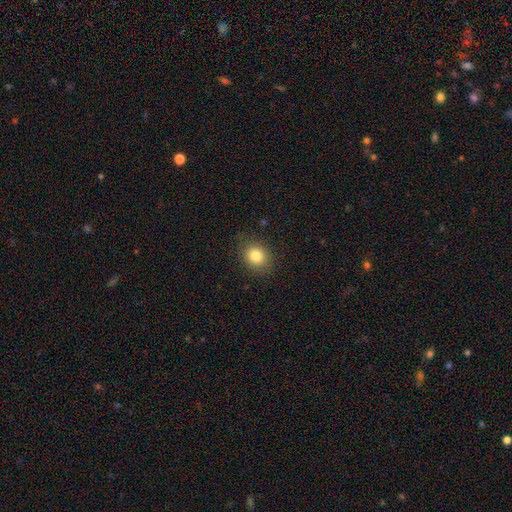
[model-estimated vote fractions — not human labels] smooth 82%, star or artifact 10%, featured or disk 8%. Down the decision tree: how rounded — round (61%); merging — none (84%).